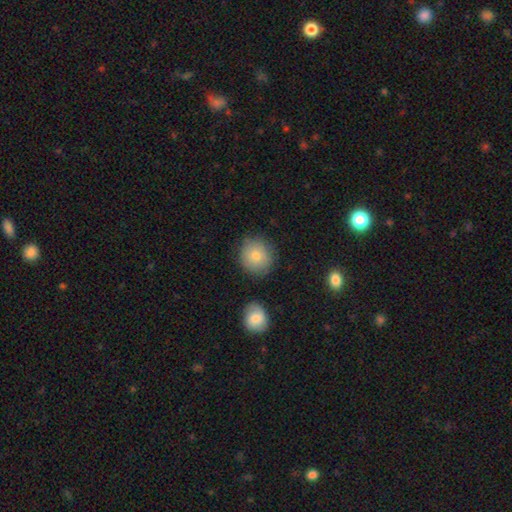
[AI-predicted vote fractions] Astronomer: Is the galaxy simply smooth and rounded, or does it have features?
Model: smooth — 79%.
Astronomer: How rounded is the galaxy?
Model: round — 90%.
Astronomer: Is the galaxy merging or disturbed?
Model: none — 84%.